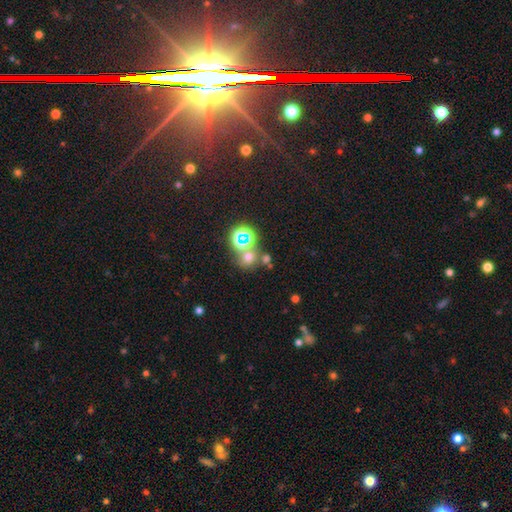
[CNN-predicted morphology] This is possibly a star or artifact rather than a galaxy (46%).